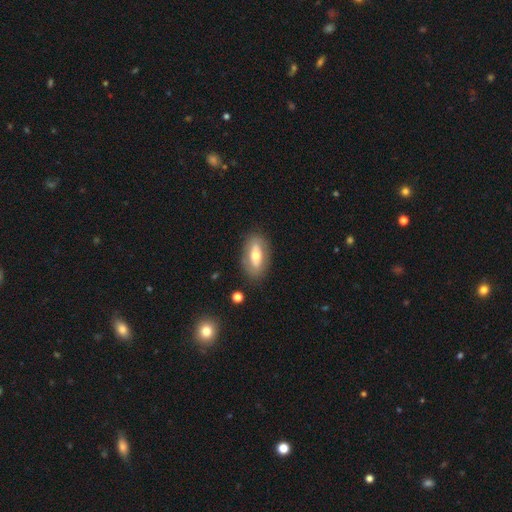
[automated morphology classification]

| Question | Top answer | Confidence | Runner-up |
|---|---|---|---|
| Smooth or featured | smooth | 51% | featured or disk (42%) |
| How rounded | in between | 83% | cigar-shaped (12%) |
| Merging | none | 83% | minor disturbance (12%) |